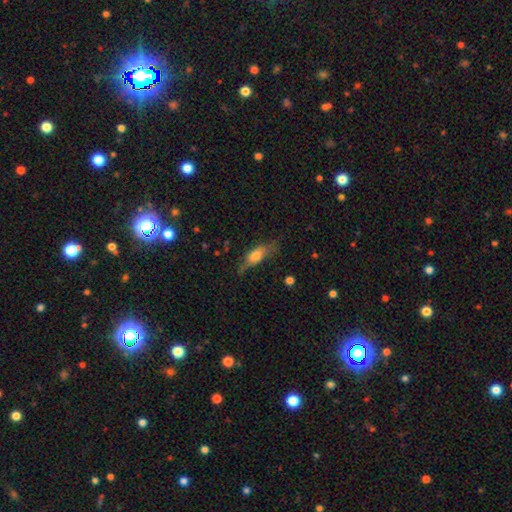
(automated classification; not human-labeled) smooth 60%, featured or disk 32%, star or artifact 8%. Down the decision tree: how rounded — in between (61%); merging — none (56%).